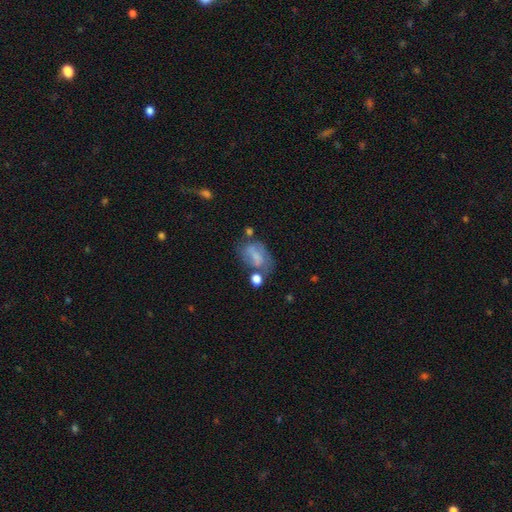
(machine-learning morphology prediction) smooth 52%, featured or disk 38%, star or artifact 11%. Down the decision tree: how rounded — in between (81%); merging — none (38%).